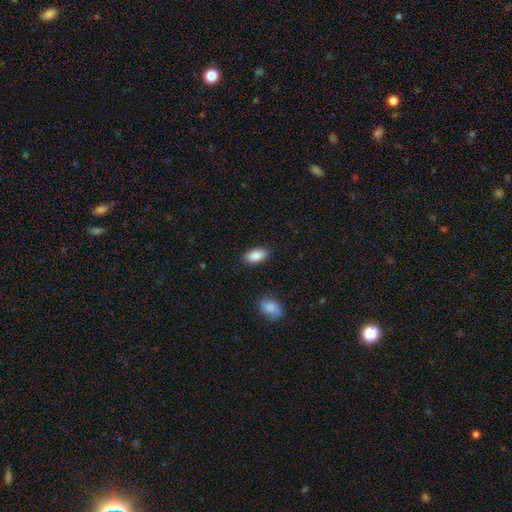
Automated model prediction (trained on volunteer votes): Smooth or featured? smooth (89%)
How rounded? in between (93%)
Merging? none (86%)